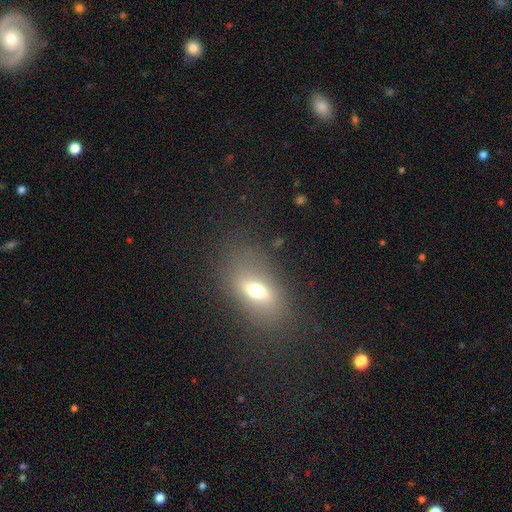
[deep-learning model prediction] Morphology: type=smooth (60%); roundness=in between (78%); merging=none (73%).